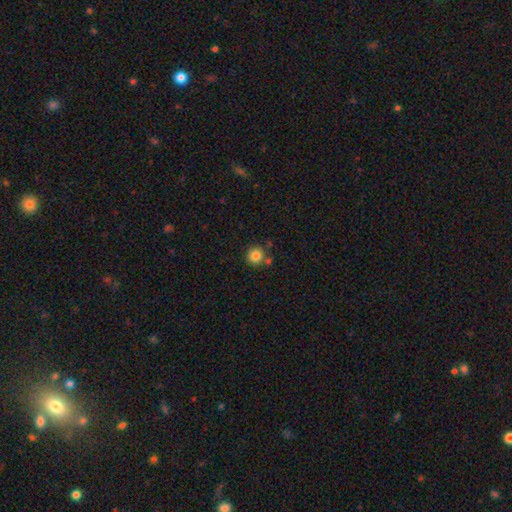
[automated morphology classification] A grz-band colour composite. It shows a smooth galaxy with no disk features (84%) that is round (92%). Merging: none (74%).